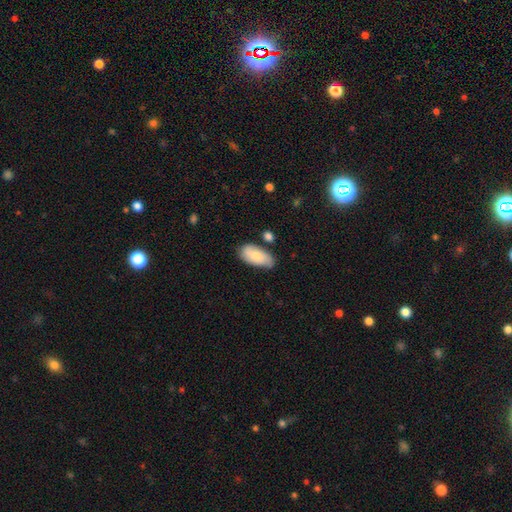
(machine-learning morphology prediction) smooth 74%, featured or disk 20%, star or artifact 6%. Down the decision tree: how rounded — in between (93%); merging — none (61%).